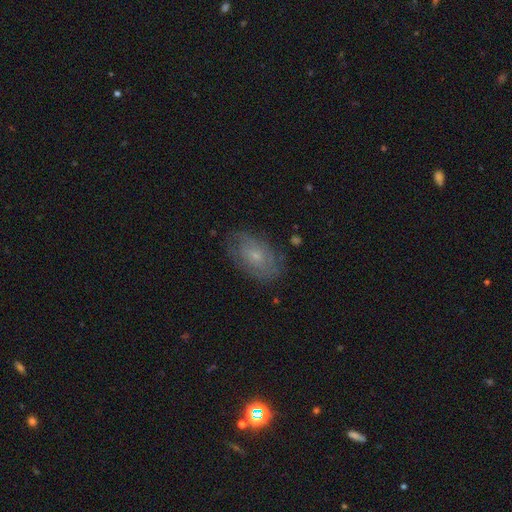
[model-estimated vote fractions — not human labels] Q: Smooth or featured?
A: featured or disk (52%); runner-up: smooth (39%)
Q: Edge-on disk?
A: no (94%); runner-up: yes (6%)
Q: Merging?
A: none (73%); runner-up: minor disturbance (19%)